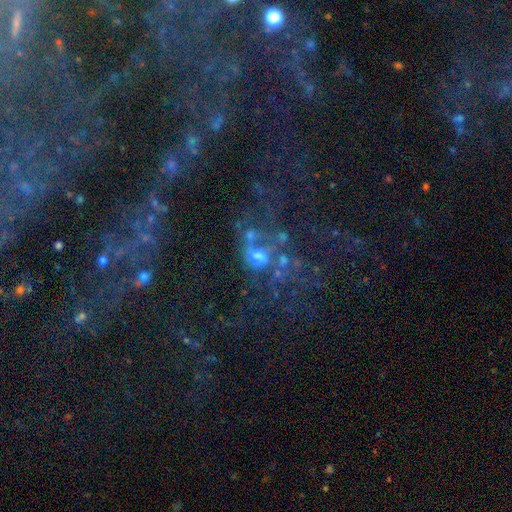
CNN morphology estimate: This is possibly a featured or disk galaxy (49%). Merging: marginally none (35%).